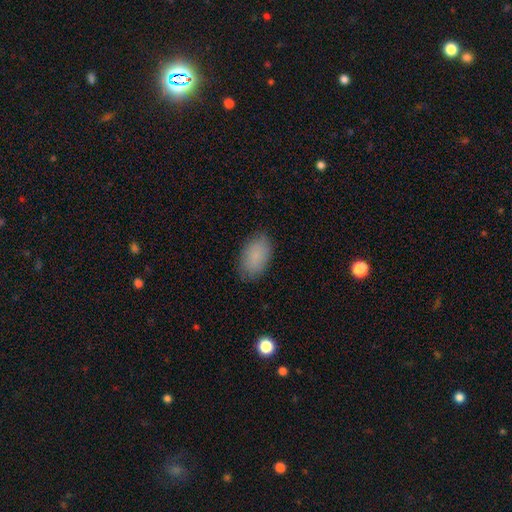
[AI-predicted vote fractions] smooth_or_featured: smooth (p=0.85) [alt: featured or disk p=0.07]
how_rounded: in between (p=0.91) [alt: round p=0.07]
merging: none (p=0.83) [alt: minor disturbance p=0.13]